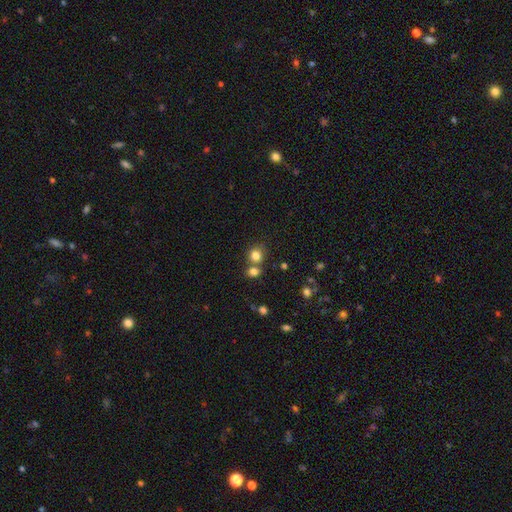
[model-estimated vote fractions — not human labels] This is clearly a smooth galaxy (81%). How rounded: clearly round (83%). Merging: possibly none (58%).